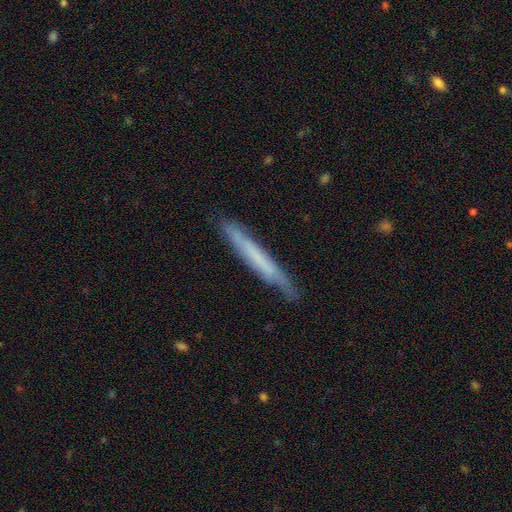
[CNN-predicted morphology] type=smooth (48%); merging=none (79%).